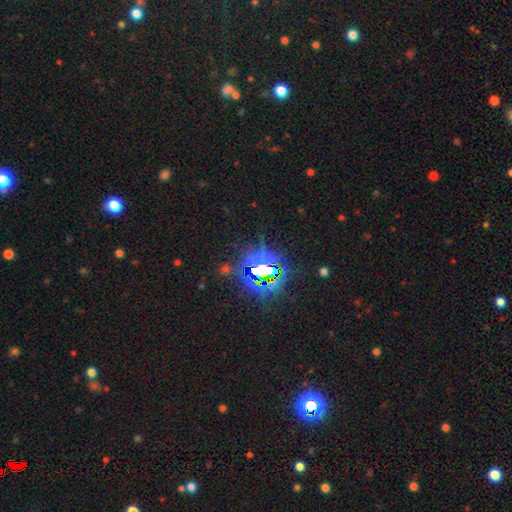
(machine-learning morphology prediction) A star or artifact, not a galaxy (82%).

Vote fractions:
- Smooth or featured? star or artifact: 82% / smooth: 9% / featured or disk: 8%